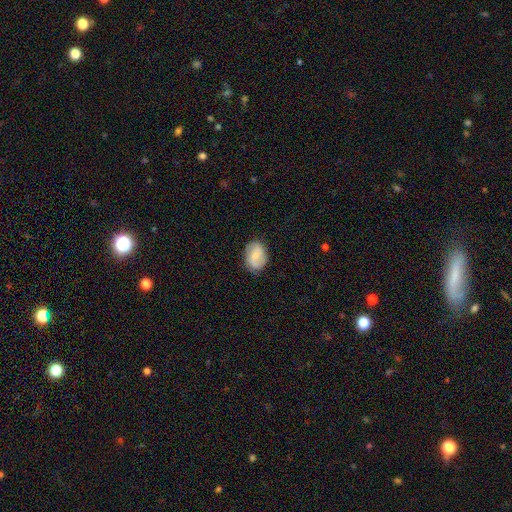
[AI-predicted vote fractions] Smooth or featured? Predicted: smooth (p=0.53). How rounded? Predicted: in between (p=0.67). Merging? Predicted: none (p=0.81).